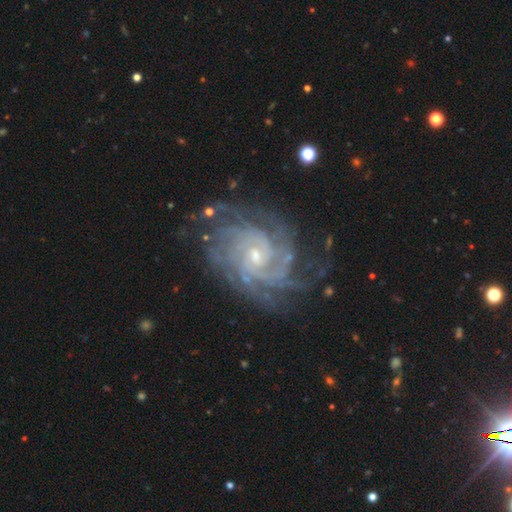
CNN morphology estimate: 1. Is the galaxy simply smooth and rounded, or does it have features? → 91% featured or disk, 5% star or artifact, 3% smooth.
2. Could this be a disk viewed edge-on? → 97% no, 3% yes.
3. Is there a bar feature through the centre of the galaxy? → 64% no, 28% weak, 8% strong.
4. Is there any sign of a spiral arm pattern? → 98% yes, 2% no.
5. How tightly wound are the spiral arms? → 72% tight, 25% medium, 4% loose.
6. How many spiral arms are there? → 26% 4, 22% can't tell, 16% 3, 16% more than 4, 12% 2, 8% 1.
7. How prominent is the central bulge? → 68% small, 28% moderate, 2% none, 1% large, 1% dominant.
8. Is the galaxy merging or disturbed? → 74% none, 17% minor disturbance, 8% major disturbance, 2% merger.